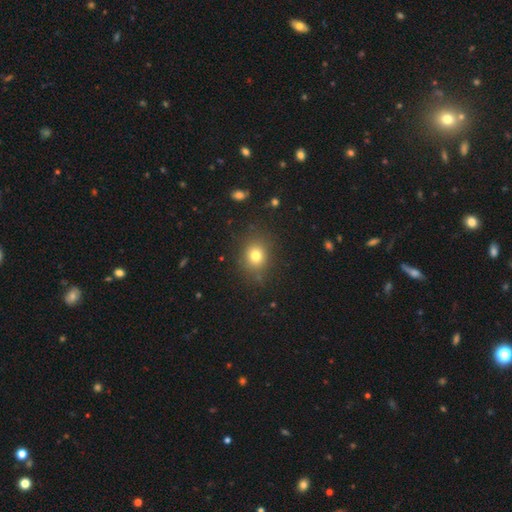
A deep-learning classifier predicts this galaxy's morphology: smooth_or_featured: smooth (p=0.77) [alt: star or artifact p=0.14]
how_rounded: round (p=0.71) [alt: in between p=0.28]
merging: none (p=0.83) [alt: minor disturbance p=0.11]